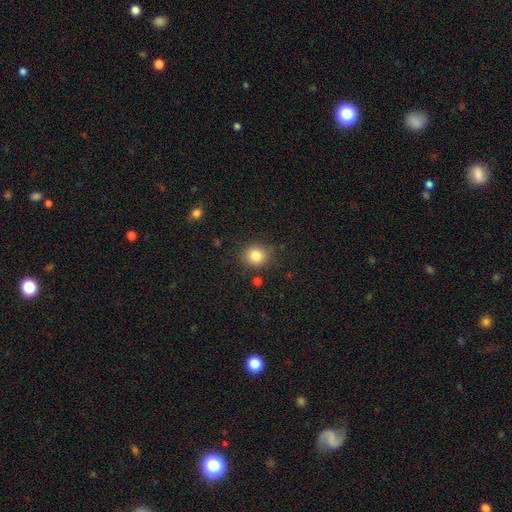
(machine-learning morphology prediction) Smooth or featured? Predicted: smooth (p=0.83). How rounded? Predicted: round (p=0.83). Merging? Predicted: none (p=0.85).